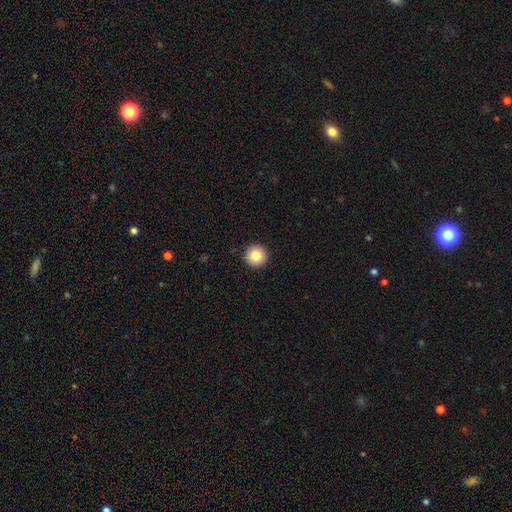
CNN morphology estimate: Overall: smooth (84%). How rounded: round (97%). Merging: none (94%).